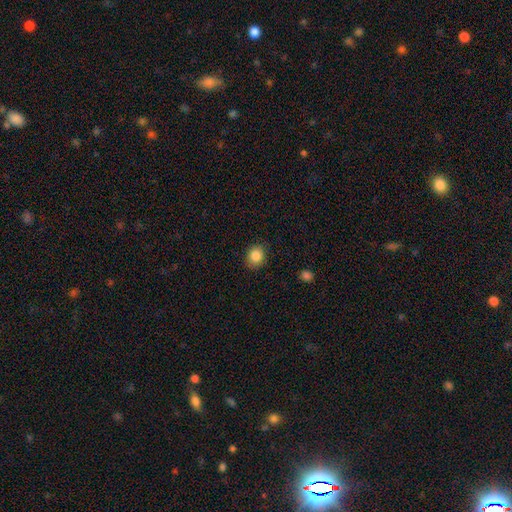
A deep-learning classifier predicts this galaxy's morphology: The model was most divided on "how rounded": round: 66%, in between: 33%, cigar-shaped: 1%. More confident: merging — none (87%); smooth or featured — smooth (86%).